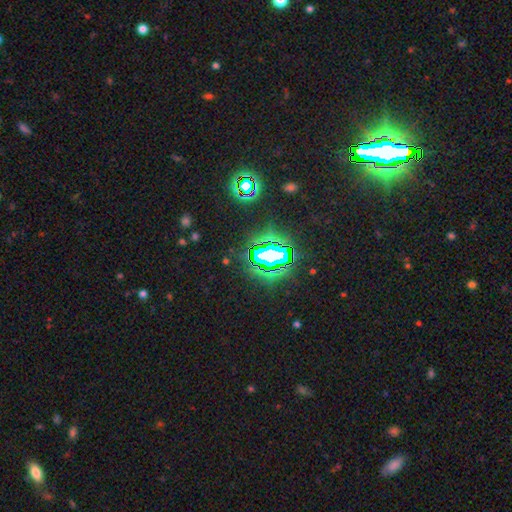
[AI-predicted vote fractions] A star or artifact, not a galaxy (80%).

Vote fractions:
- Smooth or featured? star or artifact: 80% / smooth: 11% / featured or disk: 9%